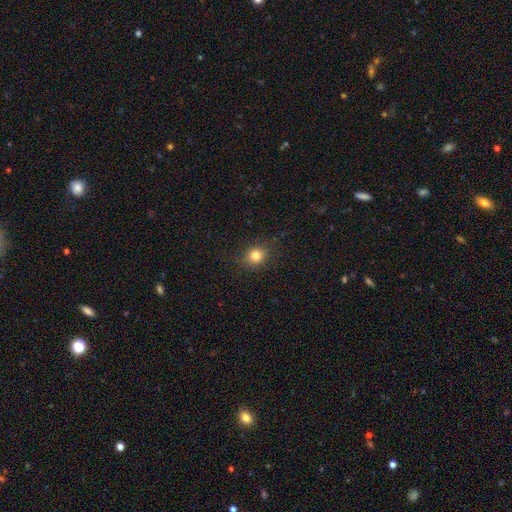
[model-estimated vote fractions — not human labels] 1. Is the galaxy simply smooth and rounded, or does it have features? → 81% smooth, 12% star or artifact, 7% featured or disk.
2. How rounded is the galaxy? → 76% round, 24% in between, 1% cigar-shaped.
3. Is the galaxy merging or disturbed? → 87% none, 9% minor disturbance, 3% major disturbance, 1% merger.